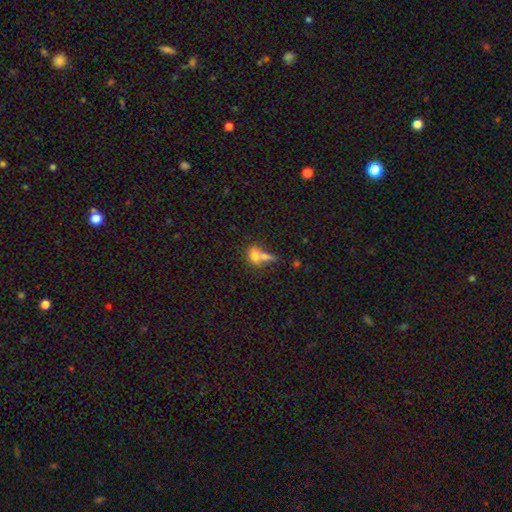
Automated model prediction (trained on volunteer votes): The model was most divided on "how rounded": in between: 58%, round: 35%, cigar-shaped: 7%. More confident: smooth or featured — smooth (69%); merging — merger (62%).